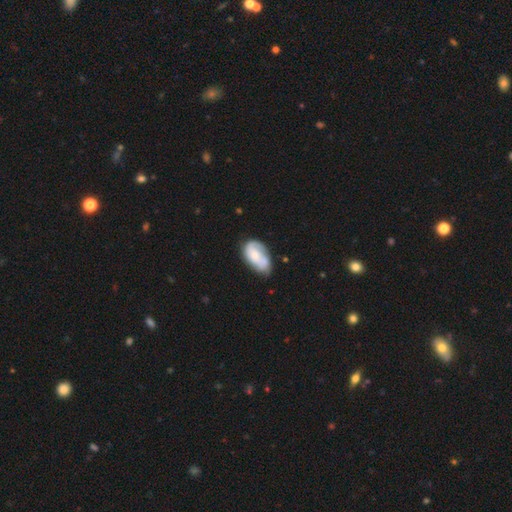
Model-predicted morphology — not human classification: smooth-or-featured: featured or disk: 48% | smooth: 45% | star or artifact: 6%
  merging: none: 40% | minor disturbance: 33% | merger: 14% | major disturbance: 13%